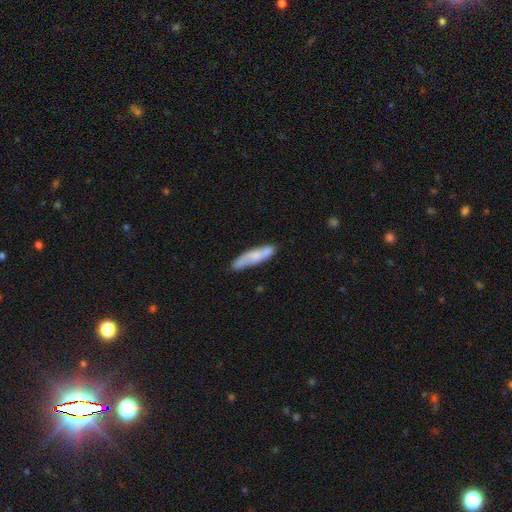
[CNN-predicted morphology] The model was most divided on "smooth or featured": smooth: 64%, featured or disk: 30%, star or artifact: 6%. More confident: how rounded — cigar-shaped (74%); merging — none (73%).